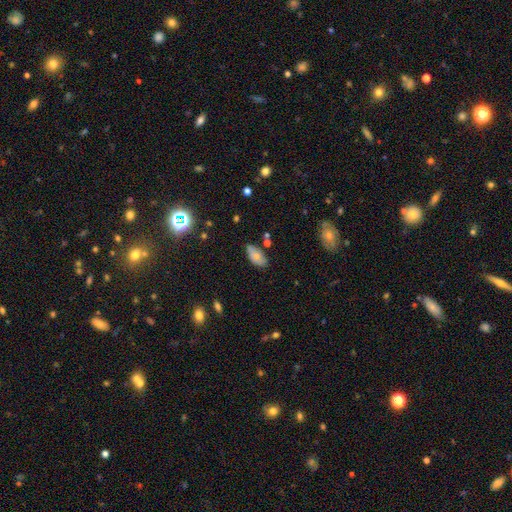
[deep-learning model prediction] Q: Smooth or featured?
A: smooth (68%); runner-up: featured or disk (22%)
Q: How rounded?
A: in between (92%); runner-up: cigar-shaped (4%)
Q: Merging?
A: none (68%); runner-up: minor disturbance (24%)